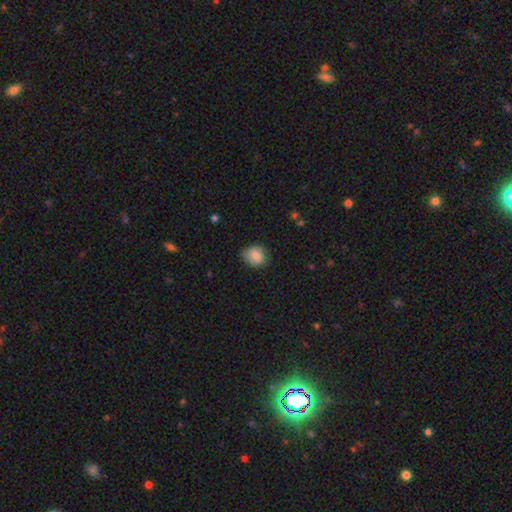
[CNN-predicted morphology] Smooth or featured?
  - smooth: 80% *
  - featured or disk: 12%
  - star or artifact: 8%
How rounded?
  - round: 65% *
  - in between: 34%
  - cigar-shaped: 1%
Merging?
  - none: 68% *
  - minor disturbance: 27%
  - major disturbance: 5%
  - merger: 1%